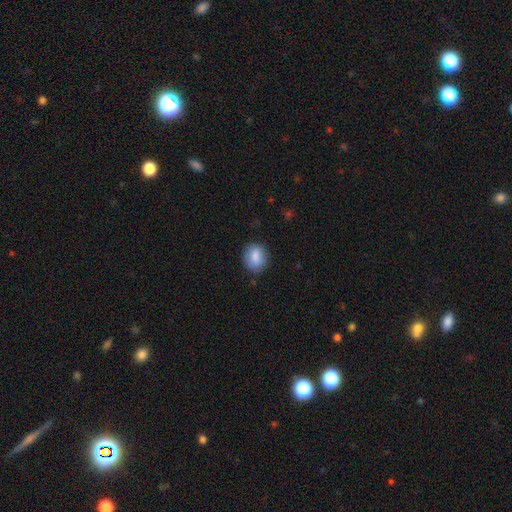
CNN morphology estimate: Smooth or featured? Predicted: smooth (p=0.83). How rounded? Predicted: round (p=0.59). Merging? Predicted: none (p=0.80).